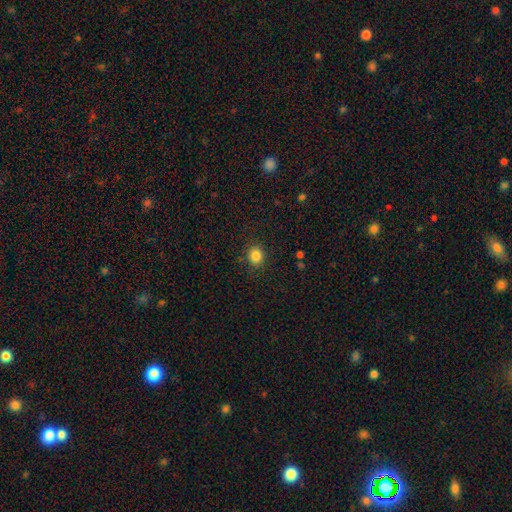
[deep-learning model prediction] Overall: smooth (85%). How rounded: round (78%). Merging: none (87%).